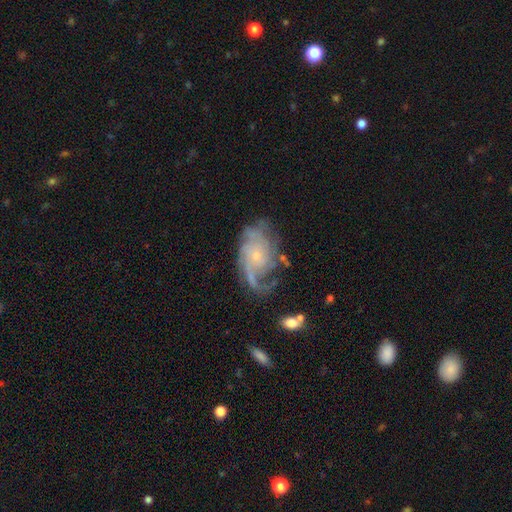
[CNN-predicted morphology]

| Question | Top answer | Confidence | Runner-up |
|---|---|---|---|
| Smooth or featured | featured or disk | 84% | smooth (9%) |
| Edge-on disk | no | 97% | yes (3%) |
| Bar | no | 76% | weak (21%) |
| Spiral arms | yes | 94% | no (6%) |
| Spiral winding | tight | 41% | medium (39%) |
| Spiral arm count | can't tell | 31% | 2 (22%) |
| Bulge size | small | 79% | moderate (15%) |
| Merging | none | 56% | minor disturbance (22%) |